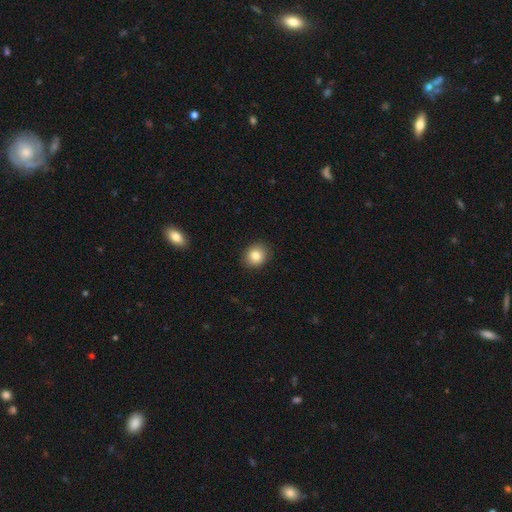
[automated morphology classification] smooth-or-featured: smooth: 83% | star or artifact: 9% | featured or disk: 8%
  how-rounded: round: 74% | in between: 25% | cigar-shaped: 1%
  merging: none: 89% | minor disturbance: 8% | major disturbance: 2% | merger: 1%